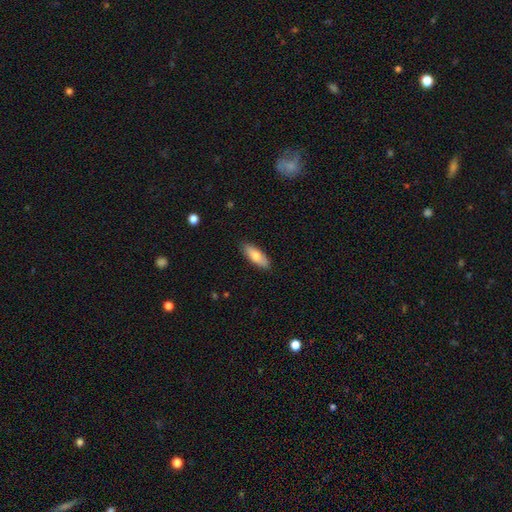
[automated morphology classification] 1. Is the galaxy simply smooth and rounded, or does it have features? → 80% smooth, 14% featured or disk, 6% star or artifact.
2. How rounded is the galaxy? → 67% in between, 31% cigar-shaped, 2% round.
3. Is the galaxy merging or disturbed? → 88% none, 10% minor disturbance, 2% major disturbance, 1% merger.